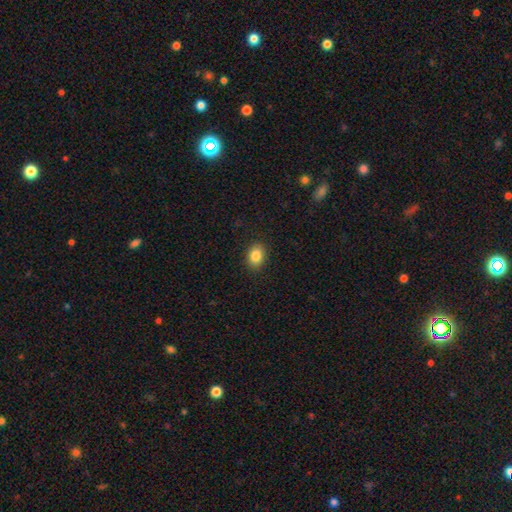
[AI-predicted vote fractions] The model was most divided on "how rounded": in between: 69%, round: 30%, cigar-shaped: 1%. More confident: merging — none (89%); smooth or featured — smooth (86%).